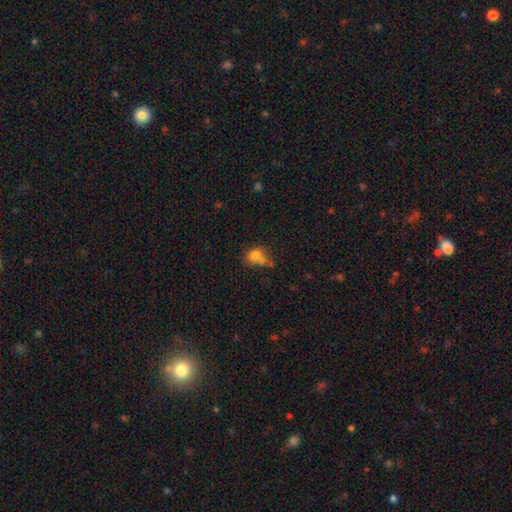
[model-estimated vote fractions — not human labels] A smooth galaxy with no disk features (76%) that is round (59%). Merging: none (38%).